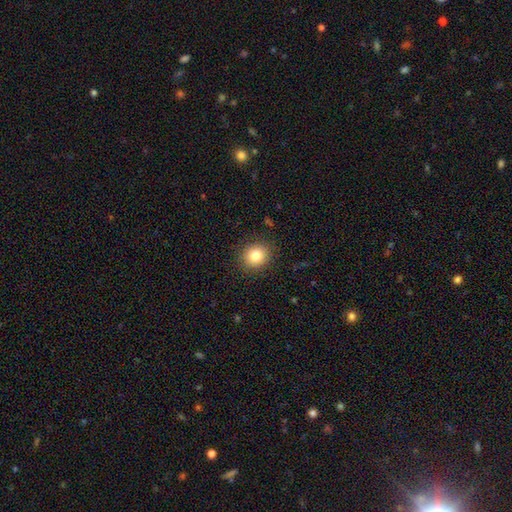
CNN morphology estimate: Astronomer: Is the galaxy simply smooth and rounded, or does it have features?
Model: smooth — 82%.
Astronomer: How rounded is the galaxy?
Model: round — 79%.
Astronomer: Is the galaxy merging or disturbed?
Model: none — 89%.